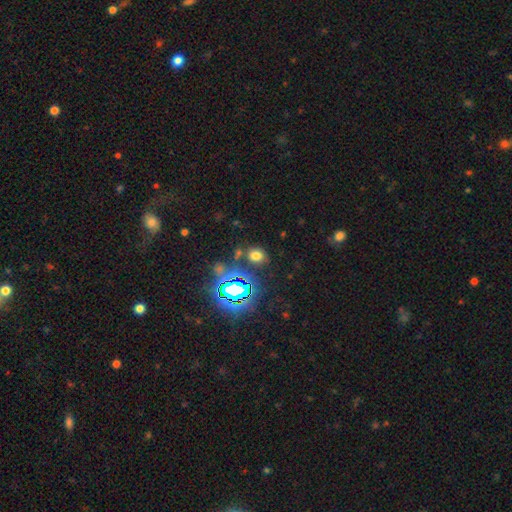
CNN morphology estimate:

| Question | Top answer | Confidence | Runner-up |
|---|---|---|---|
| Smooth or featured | smooth | 62% | star or artifact (31%) |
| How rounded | round | 54% | in between (45%) |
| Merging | none | 79% | minor disturbance (11%) |